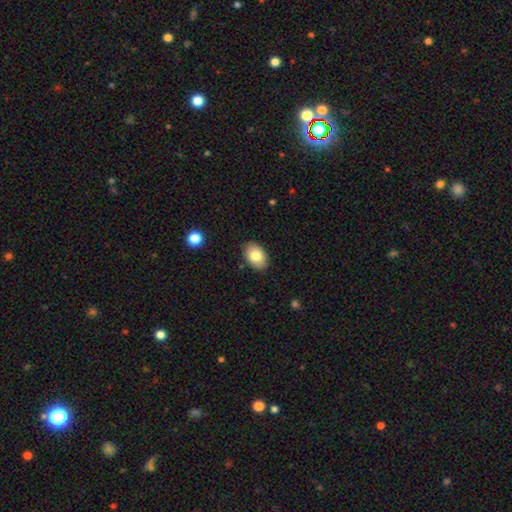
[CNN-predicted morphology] Smooth or featured: smooth — 80% (featured or disk — 12%)
How rounded: in between — 86% (round — 13%)
Merging: none — 87% (minor disturbance — 10%)